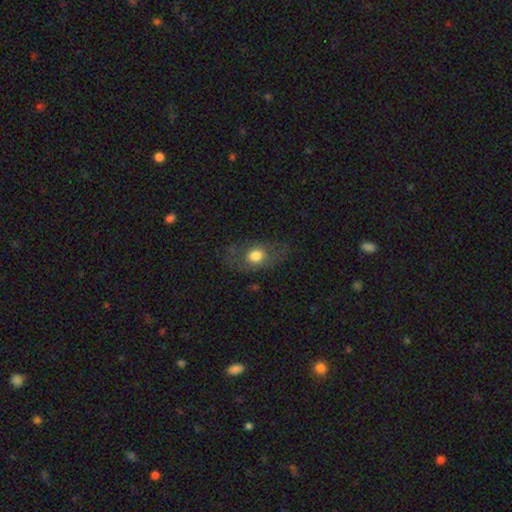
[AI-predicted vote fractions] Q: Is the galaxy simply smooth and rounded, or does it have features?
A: smooth — 61%.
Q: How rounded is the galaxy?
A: in between — 70%.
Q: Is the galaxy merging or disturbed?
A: none — 71%.